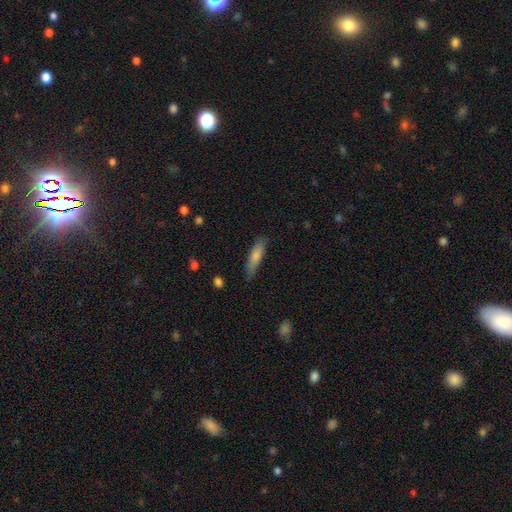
Smooth or featured? smooth (95%)
How rounded? cigar-shaped (83%)
Merging? none (59%)